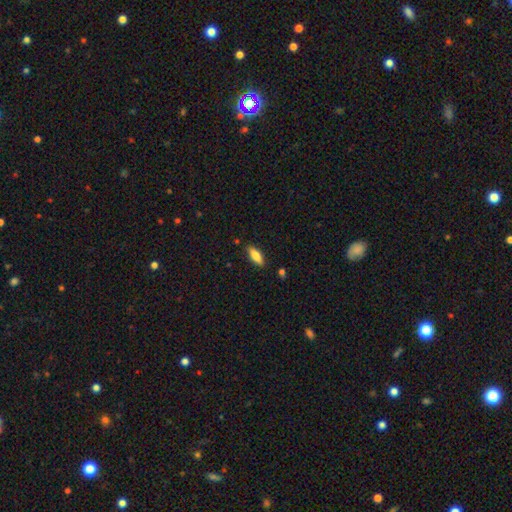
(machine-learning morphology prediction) This appears to be a smooth galaxy with no disk features (78%) that is in between round and cigar-shaped (67%). Merging: none (85%).